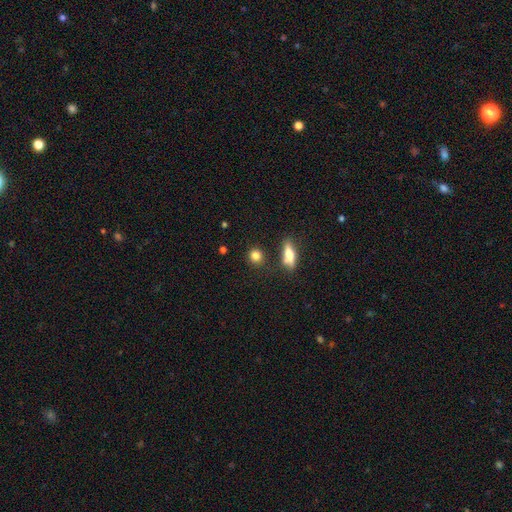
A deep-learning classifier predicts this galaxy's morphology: Smooth or featured? Predicted: smooth (p=0.83). How rounded? Predicted: round (p=0.80). Merging? Predicted: none (p=0.81).